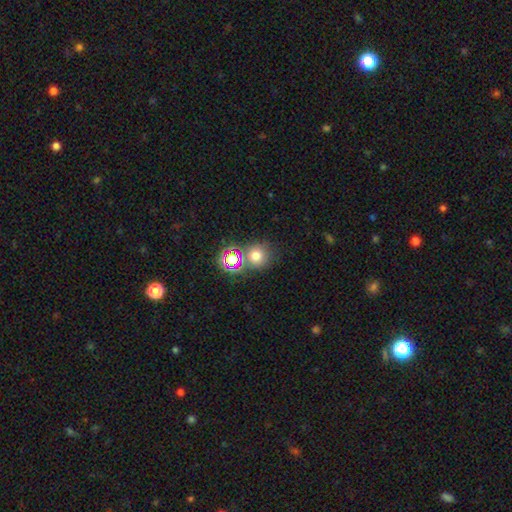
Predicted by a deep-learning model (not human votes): A smooth galaxy with no disk features (65%) that is round (84%).

Vote fractions:
- Smooth or featured? smooth: 65% / star or artifact: 26% / featured or disk: 9%
- How rounded? round: 84% / in between: 15% / cigar-shaped: 1%
- Merging? none: 64% / merger: 21% / minor disturbance: 11% / major disturbance: 5%